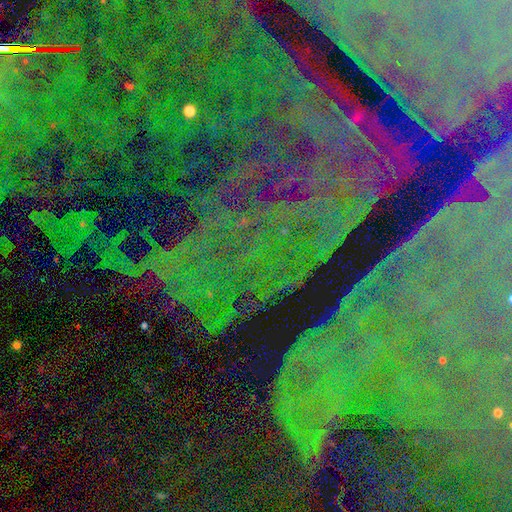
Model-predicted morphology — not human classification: smooth_or_featured: star or artifact (p=0.86) [alt: featured or disk p=0.08]